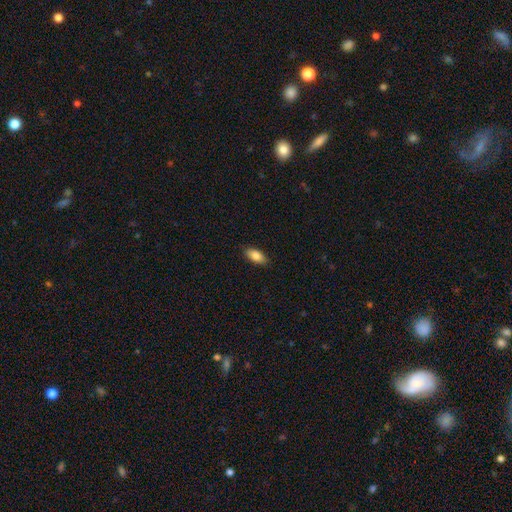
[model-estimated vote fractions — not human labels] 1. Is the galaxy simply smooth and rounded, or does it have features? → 85% smooth, 8% featured or disk, 7% star or artifact.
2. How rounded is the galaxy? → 88% in between, 9% cigar-shaped, 3% round.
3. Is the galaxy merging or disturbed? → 87% none, 10% minor disturbance, 2% major disturbance, 1% merger.